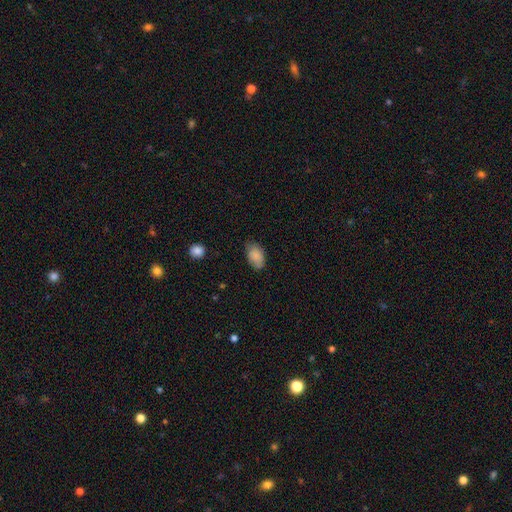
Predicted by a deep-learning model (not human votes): Morphology: type=smooth (85%); roundness=in between (91%); merging=none (70%).